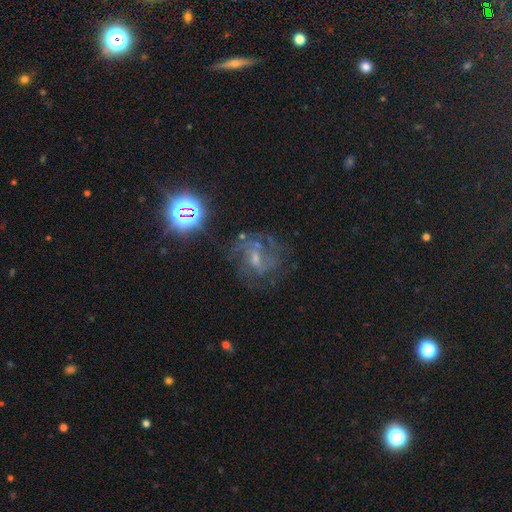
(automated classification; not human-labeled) This is likely a featured or disk galaxy (63%). It is clearly not viewed edge-on (97%). Bar: possibly weak (48%). Spiral arm pattern: clearly yes (84%). Spiral arm count: marginally can't tell (38%). Spiral winding: possibly medium (46%). Central bulge: possibly small (52%). Merging: likely none (62%).